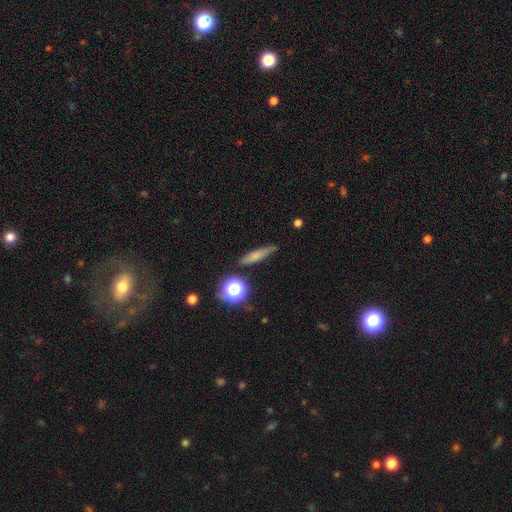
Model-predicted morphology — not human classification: Q: Smooth or featured?
A: smooth (67%); runner-up: featured or disk (20%)
Q: How rounded?
A: cigar-shaped (75%); runner-up: in between (17%)
Q: Merging?
A: none (79%); runner-up: minor disturbance (14%)